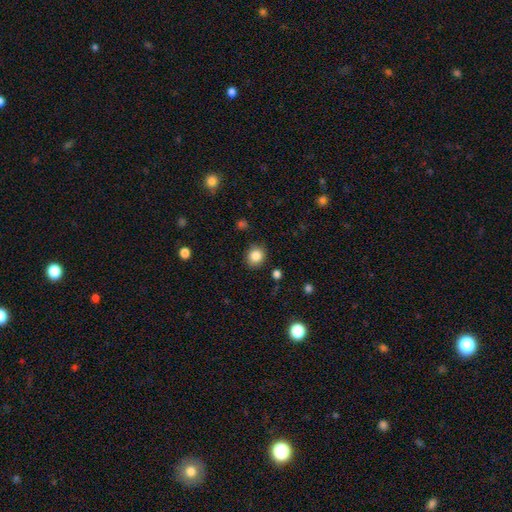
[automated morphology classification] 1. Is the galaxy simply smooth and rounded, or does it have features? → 85% smooth, 10% star or artifact, 5% featured or disk.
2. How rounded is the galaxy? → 73% round, 26% in between, 1% cigar-shaped.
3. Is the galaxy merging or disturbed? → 87% none, 9% minor disturbance, 3% major disturbance, 2% merger.